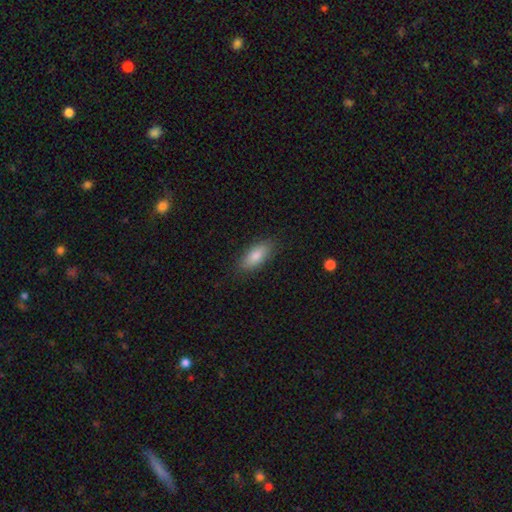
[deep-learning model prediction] Smooth or featured? Predicted: smooth (p=0.82). How rounded? Predicted: in between (p=0.83). Merging? Predicted: none (p=0.85).